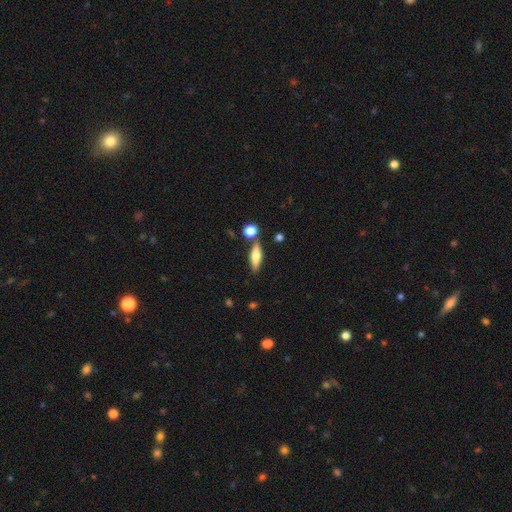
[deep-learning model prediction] Q: Smooth or featured?
A: smooth (53%); runner-up: featured or disk (39%)
Q: How rounded?
A: cigar-shaped (57%); runner-up: in between (39%)
Q: Merging?
A: none (76%); runner-up: minor disturbance (11%)